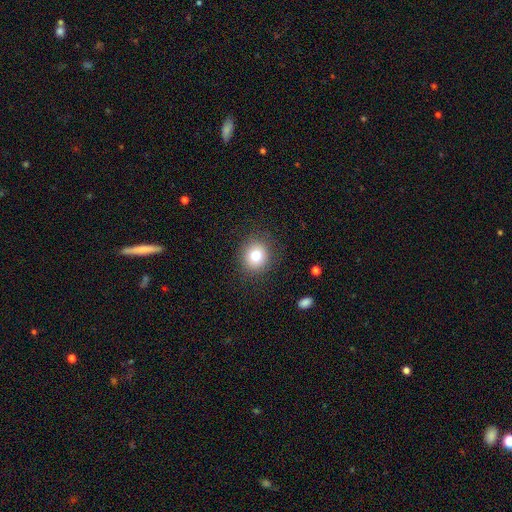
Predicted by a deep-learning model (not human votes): smooth_or_featured: smooth (p=0.80) [alt: star or artifact p=0.11]
how_rounded: round (p=0.82) [alt: in between p=0.17]
merging: none (p=0.87) [alt: minor disturbance p=0.09]